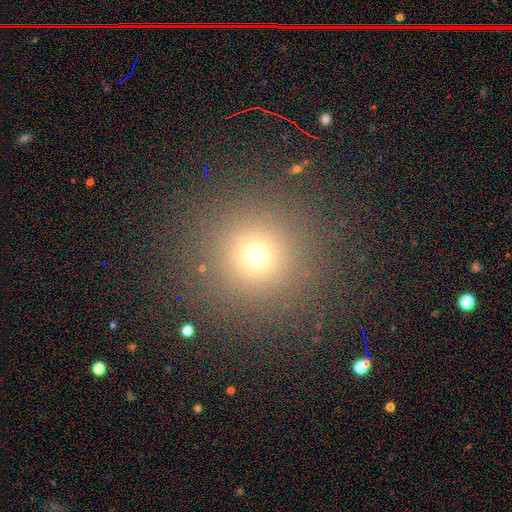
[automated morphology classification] The model was most divided on "smooth or featured": smooth: 66%, star or artifact: 26%, featured or disk: 7%. More confident: how rounded — round (95%); merging — none (90%).